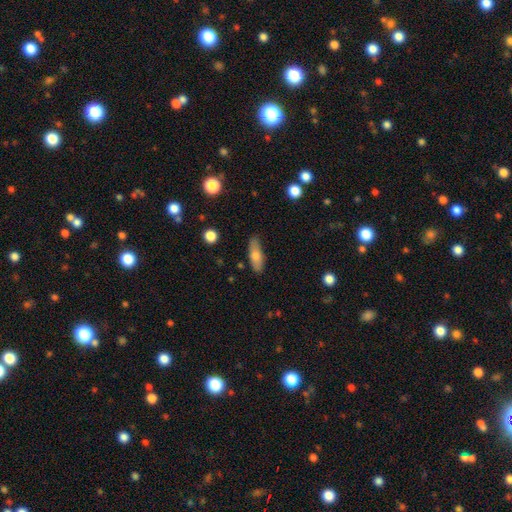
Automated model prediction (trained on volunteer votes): This is likely a smooth galaxy (71%). How rounded: likely in between (63%). Merging: clearly none (80%).